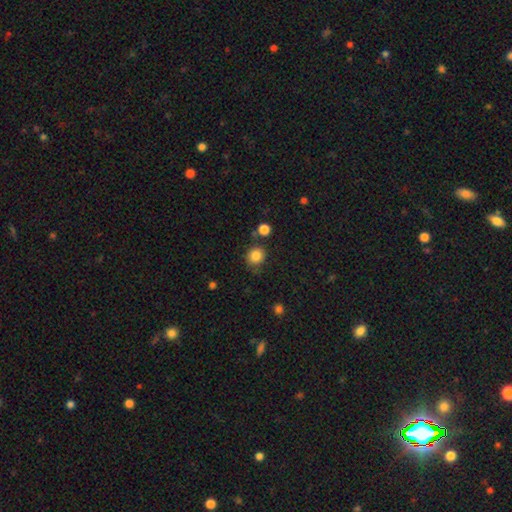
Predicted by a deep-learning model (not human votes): Smooth or featured? smooth (85%)
How rounded? round (85%)
Merging? none (76%)